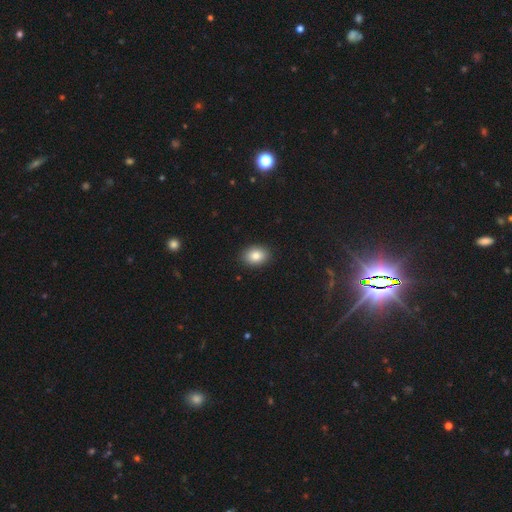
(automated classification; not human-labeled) Smooth or featured: smooth — 84% (star or artifact — 9%)
How rounded: in between — 74% (round — 25%)
Merging: none — 90% (minor disturbance — 7%)